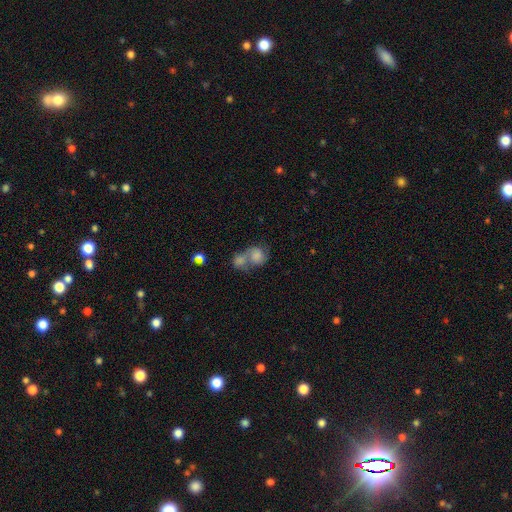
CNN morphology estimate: smooth-or-featured: smooth: 72% | featured or disk: 19% | star or artifact: 9%
  how-rounded: round: 65% | in between: 34% | cigar-shaped: 1%
  merging: merger: 67% | none: 19% | minor disturbance: 8% | major disturbance: 6%